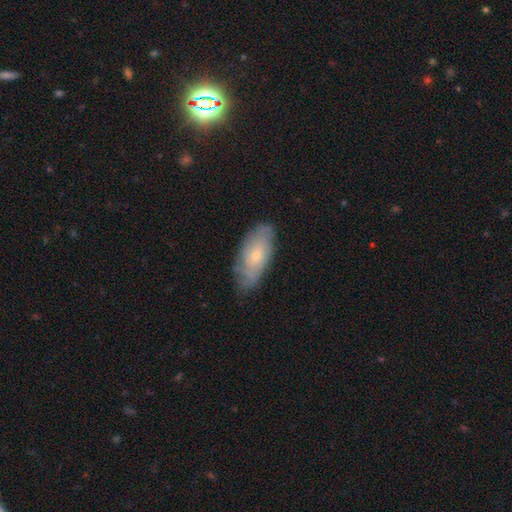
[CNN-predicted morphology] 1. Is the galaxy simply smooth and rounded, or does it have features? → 56% featured or disk, 37% smooth, 7% star or artifact.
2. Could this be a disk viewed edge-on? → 88% no, 12% yes.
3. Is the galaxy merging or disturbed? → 72% none, 22% minor disturbance, 5% major disturbance, 1% merger.